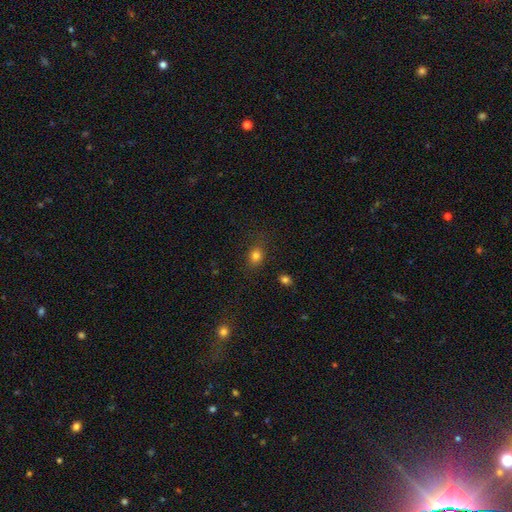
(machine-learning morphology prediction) A smooth galaxy with no disk features (80%) that is in between round and cigar-shaped (55%). Merging: none (79%).